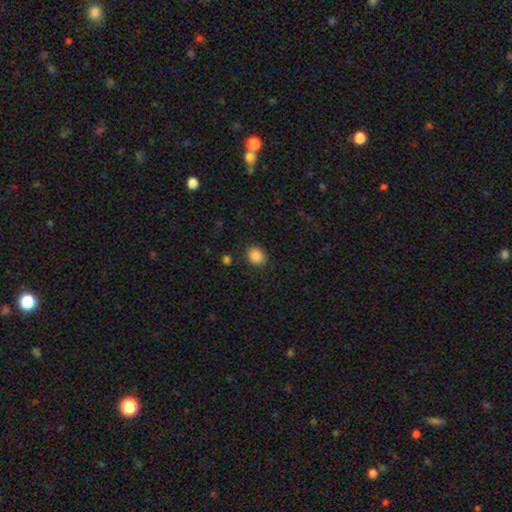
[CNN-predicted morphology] Smooth or featured? Predicted: smooth (p=0.87). How rounded? Predicted: round (p=0.56). Merging? Predicted: none (p=0.85).